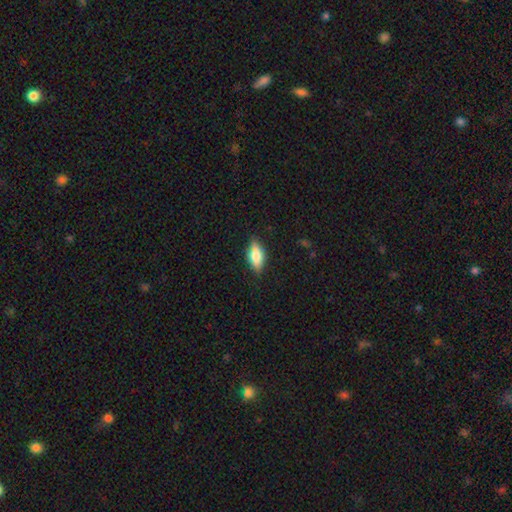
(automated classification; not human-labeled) Smooth or featured?
  - smooth: 60% *
  - featured or disk: 32%
  - star or artifact: 8%
How rounded?
  - in between: 75% *
  - cigar-shaped: 21%
  - round: 4%
Merging?
  - none: 83% *
  - minor disturbance: 13%
  - major disturbance: 3%
  - merger: 1%